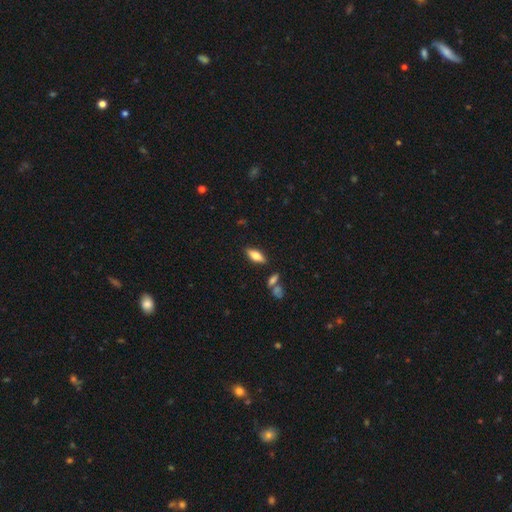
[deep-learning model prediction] Morphology: type=smooth (65%); roundness=in between (72%); merging=none (84%).